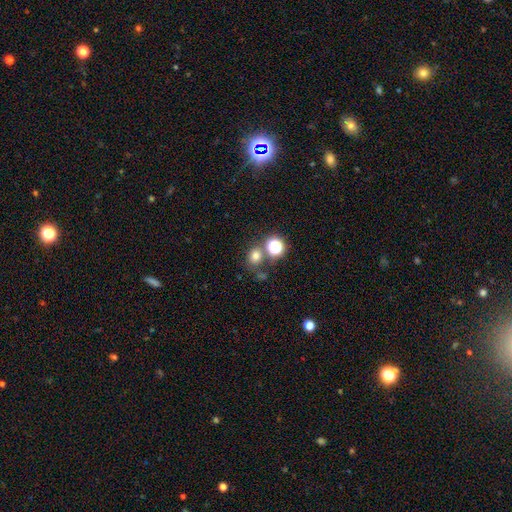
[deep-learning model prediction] This appears to be a smooth galaxy with no disk features (71%) that is round (71%). Merging: none (67%).